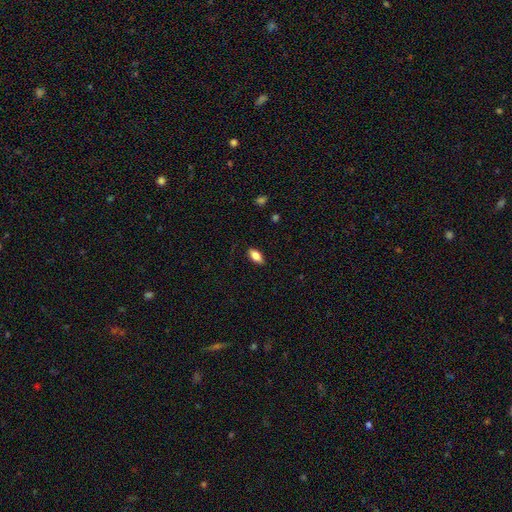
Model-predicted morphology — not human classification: type=smooth (78%); roundness=in between (86%); merging=none (86%).